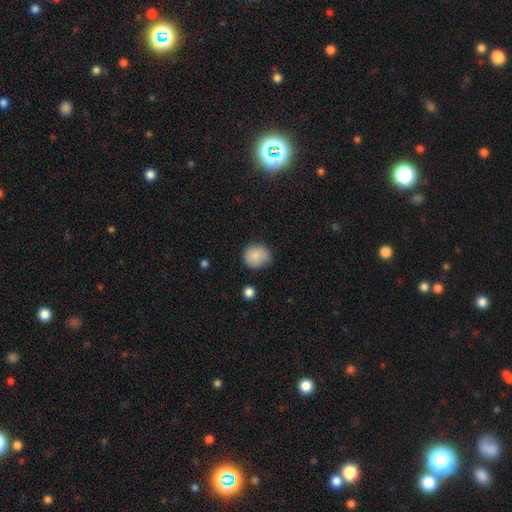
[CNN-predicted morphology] Q: Smooth or featured?
A: smooth (86%); runner-up: star or artifact (8%)
Q: How rounded?
A: round (81%); runner-up: in between (18%)
Q: Merging?
A: none (73%); runner-up: minor disturbance (21%)